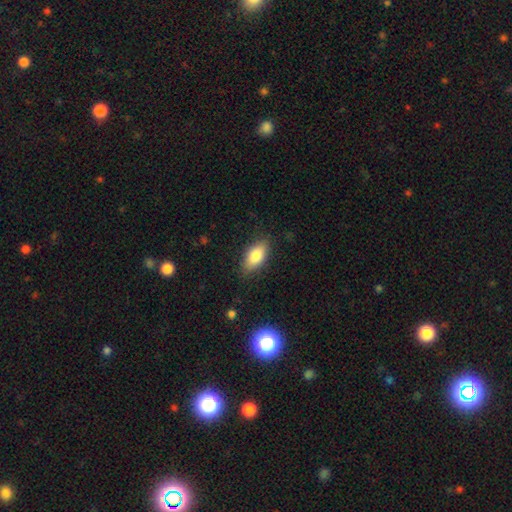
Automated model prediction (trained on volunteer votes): smooth-or-featured: smooth: 81% | featured or disk: 12% | star or artifact: 7%
  how-rounded: in between: 87% | cigar-shaped: 10% | round: 3%
  merging: none: 83% | minor disturbance: 13% | major disturbance: 3% | merger: 1%